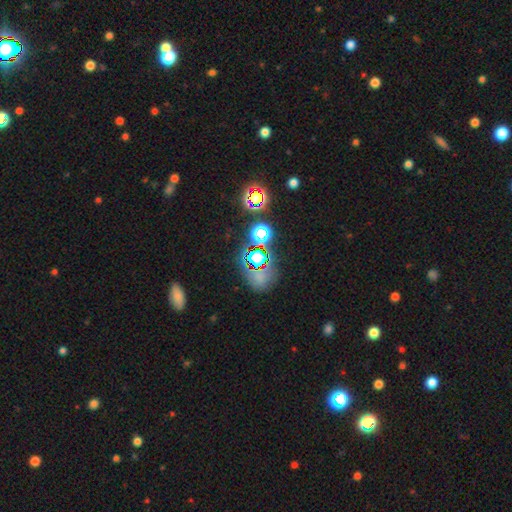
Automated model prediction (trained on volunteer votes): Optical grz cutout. It shows a star or artifact, not a galaxy (68%).